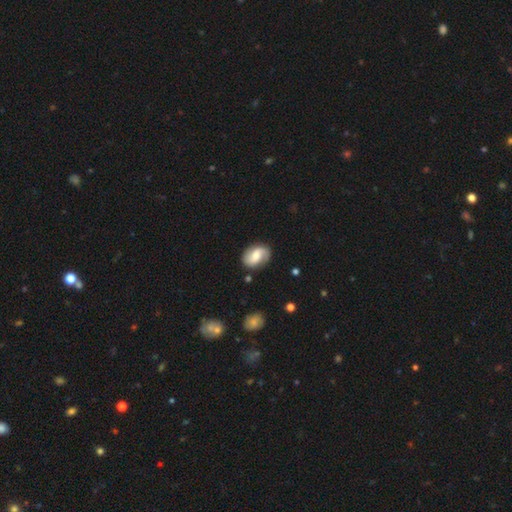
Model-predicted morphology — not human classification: Overall: featured or disk (56%; smooth 37%). Edge-on disk: no (97%). Bar: weak (46%; no 40%). Spiral arms: yes (89%). Bulge size: moderate (56%; small 23%). Merging: none (78%).